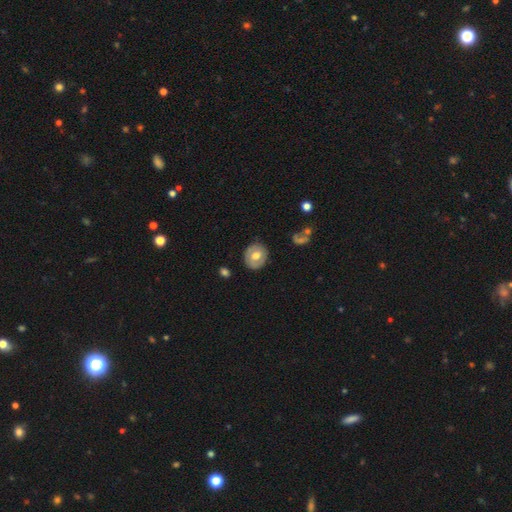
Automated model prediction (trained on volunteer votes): smooth 59%, featured or disk 34%, star or artifact 7%. Down the decision tree: how rounded — round (72%); merging — none (84%).